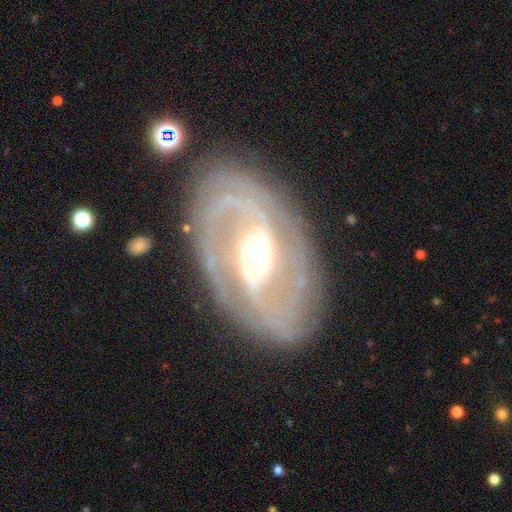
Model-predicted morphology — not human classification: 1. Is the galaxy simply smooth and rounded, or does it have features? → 89% featured or disk, 7% smooth, 5% star or artifact.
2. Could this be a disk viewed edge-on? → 96% no, 4% yes.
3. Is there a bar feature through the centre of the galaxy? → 39% weak, 35% strong, 26% no.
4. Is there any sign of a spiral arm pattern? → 94% yes, 6% no.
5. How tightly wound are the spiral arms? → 46% tight, 39% medium, 15% loose.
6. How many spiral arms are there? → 73% 2, 10% can't tell, 7% 3, 3% 1, 3% 4, 3% more than 4.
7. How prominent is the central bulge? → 65% moderate, 24% large, 9% small, 2% dominant, 1% none.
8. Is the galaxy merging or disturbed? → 81% none, 12% minor disturbance, 5% major disturbance, 2% merger.